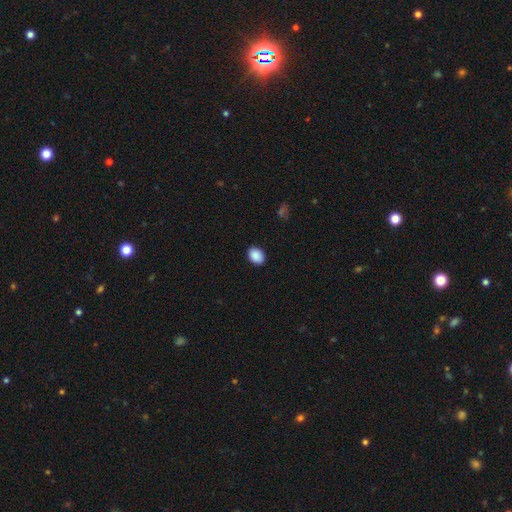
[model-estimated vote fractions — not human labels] Overall: smooth (90%). How rounded: in between (70%). Merging: none (89%).